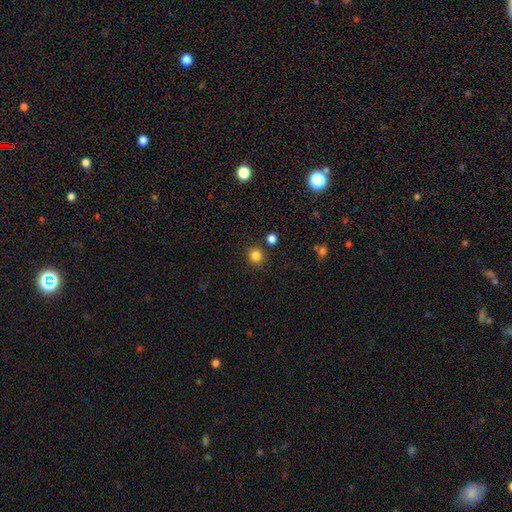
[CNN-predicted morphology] smooth 84%, star or artifact 13%, featured or disk 4%. Down the decision tree: how rounded — round (89%); merging — none (87%).